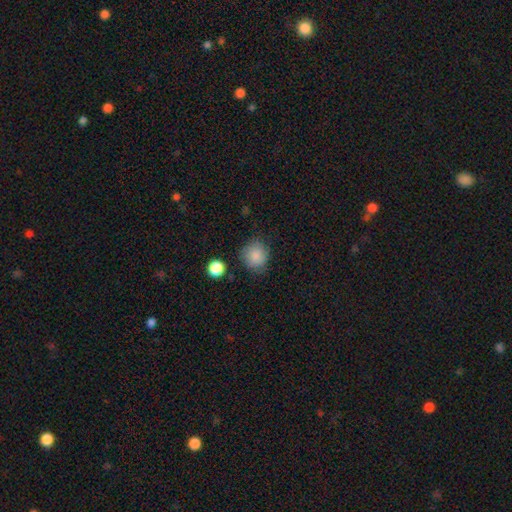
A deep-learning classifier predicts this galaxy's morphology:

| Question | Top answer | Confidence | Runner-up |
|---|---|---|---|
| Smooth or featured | smooth | 86% | star or artifact (9%) |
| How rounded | round | 85% | in between (14%) |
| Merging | none | 79% | minor disturbance (14%) |